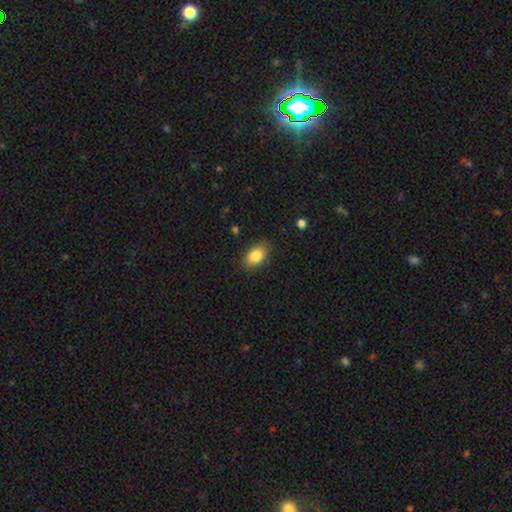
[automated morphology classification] Q: Smooth or featured?
A: smooth (85%); runner-up: star or artifact (8%)
Q: How rounded?
A: in between (87%); runner-up: round (11%)
Q: Merging?
A: none (85%); runner-up: minor disturbance (11%)